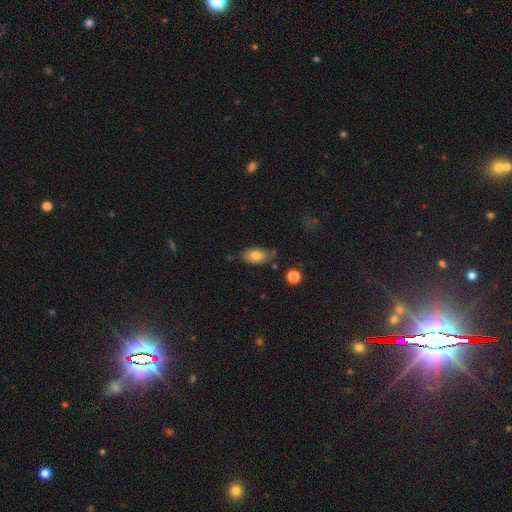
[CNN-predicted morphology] Smooth or featured? Predicted: smooth (p=0.81). How rounded? Predicted: in between (p=0.91). Merging? Predicted: none (p=0.71).